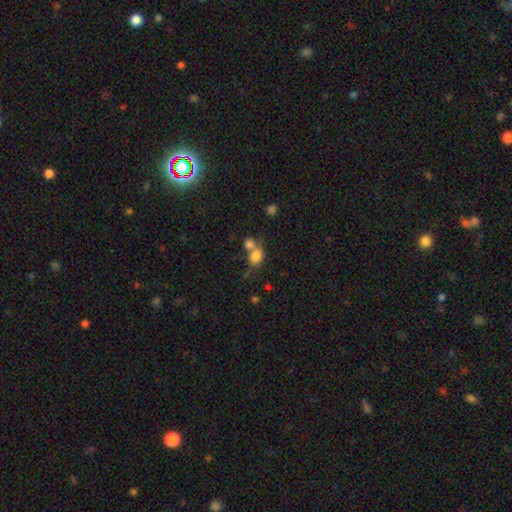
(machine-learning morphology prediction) Q: Smooth or featured?
A: smooth (79%); runner-up: star or artifact (11%)
Q: How rounded?
A: round (63%); runner-up: in between (36%)
Q: Merging?
A: merger (52%); runner-up: none (35%)